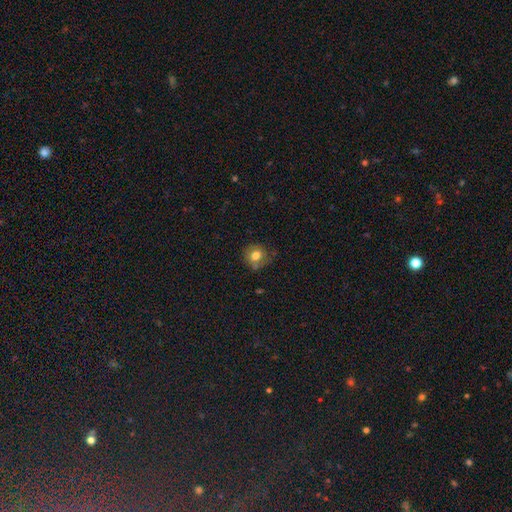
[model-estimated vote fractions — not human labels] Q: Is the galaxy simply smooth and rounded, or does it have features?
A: smooth — 76%.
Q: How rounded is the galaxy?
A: round — 81%.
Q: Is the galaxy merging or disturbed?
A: none — 67%.